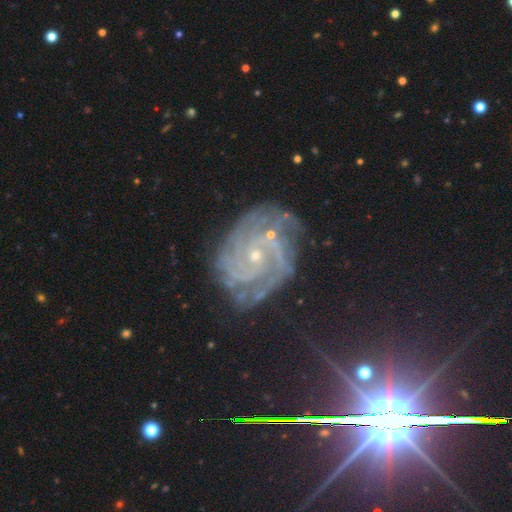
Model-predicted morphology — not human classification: featured or disk 86%, star or artifact 10%, smooth 4%. Down the decision tree: edge-on disk — no (98%); bar — no (65%); spiral arms — yes (98%); spiral arm count — 2 (22%, tied with 3); spiral winding — tight (66%); bulge size — small (80%); merging — none (68%).